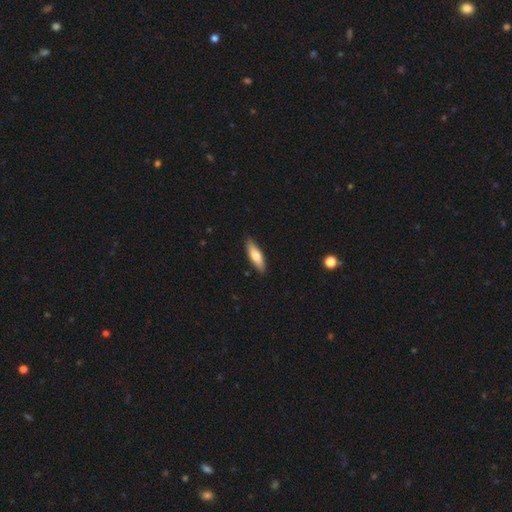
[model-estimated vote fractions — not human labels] smooth 72%, featured or disk 23%, star or artifact 5%. Down the decision tree: how rounded — cigar-shaped (54%); merging — none (88%).